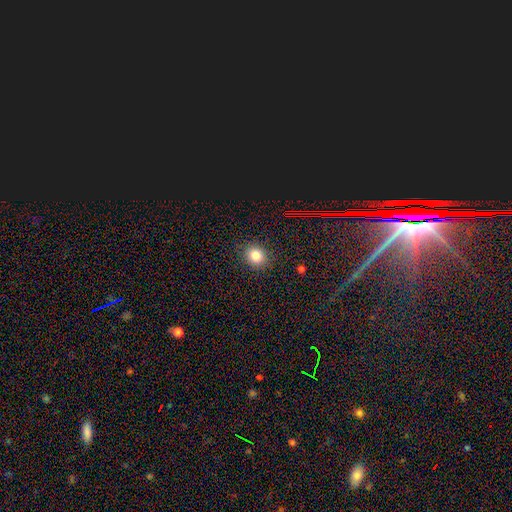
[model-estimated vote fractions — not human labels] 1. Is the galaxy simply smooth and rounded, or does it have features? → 81% smooth, 14% star or artifact, 6% featured or disk.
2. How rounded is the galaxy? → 72% round, 27% in between, 1% cigar-shaped.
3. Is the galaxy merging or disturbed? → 89% none, 8% minor disturbance, 3% major disturbance, 1% merger.